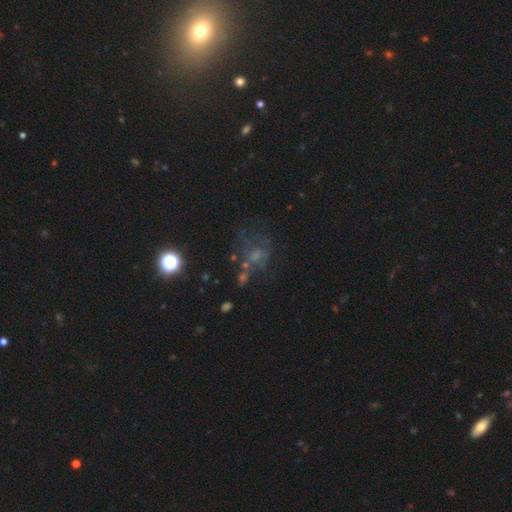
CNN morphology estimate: type=featured or disk (39%); merging=none (41%).